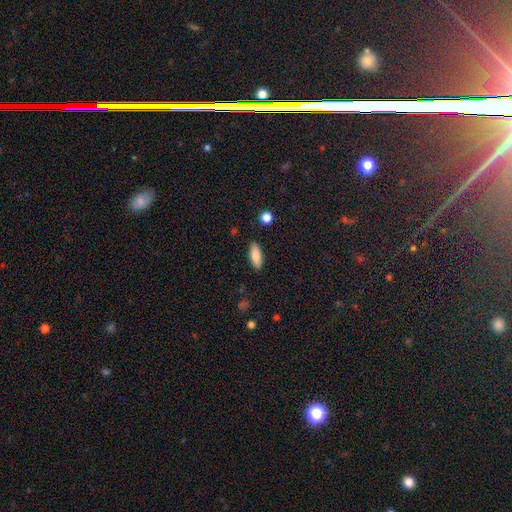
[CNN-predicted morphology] smooth 83%, featured or disk 10%, star or artifact 7%. Down the decision tree: how rounded — in between (76%); merging — none (87%).